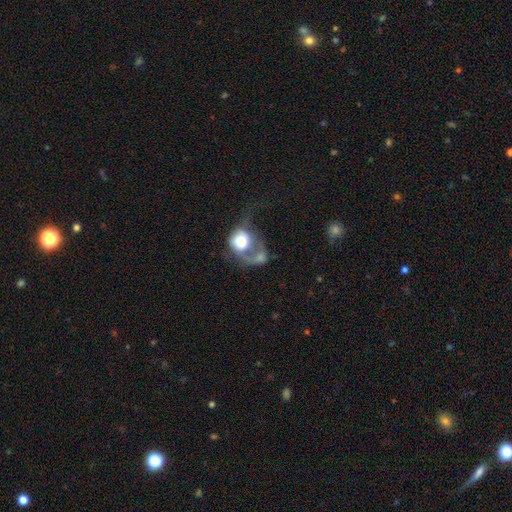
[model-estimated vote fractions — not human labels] A smooth galaxy with no disk features (53%) that is round (68%).

Vote fractions:
- Smooth or featured? smooth: 53% / featured or disk: 37% / star or artifact: 10%
- How rounded? round: 68% / in between: 30% / cigar-shaped: 1%
- Merging? major disturbance: 40% / merger: 35% / none: 15% / minor disturbance: 11%